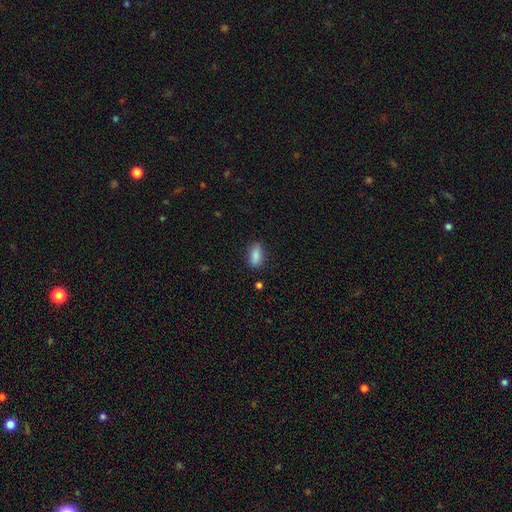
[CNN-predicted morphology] Smooth or featured?
  - smooth: 87% *
  - star or artifact: 7%
  - featured or disk: 6%
How rounded?
  - in between: 84% *
  - cigar-shaped: 13%
  - round: 3%
Merging?
  - none: 84% *
  - minor disturbance: 12%
  - major disturbance: 3%
  - merger: 1%